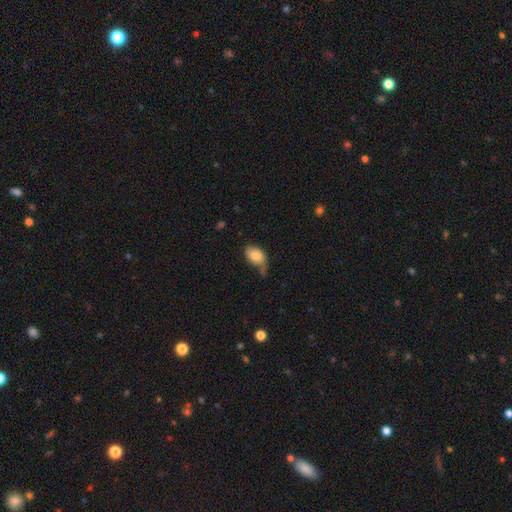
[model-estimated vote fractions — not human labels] A smooth galaxy with no disk features (82%) that is in between round and cigar-shaped (87%).

Vote fractions:
- Smooth or featured? smooth: 82% / featured or disk: 10% / star or artifact: 7%
- How rounded? in between: 87% / round: 12% / cigar-shaped: 1%
- Merging? minor disturbance: 38% / none: 35% / major disturbance: 19% / merger: 9%